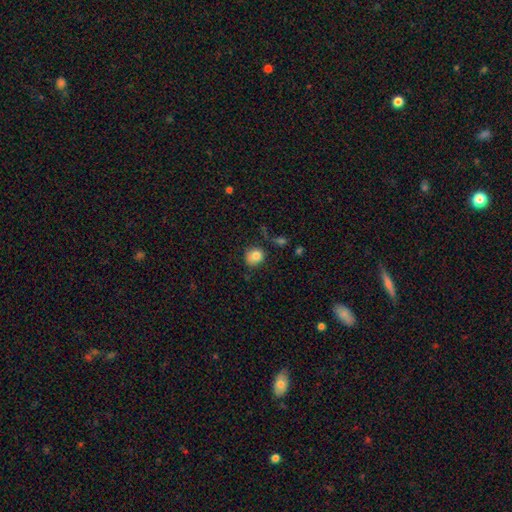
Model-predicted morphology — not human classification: A smooth galaxy with no disk features (82%) that is round (80%).

Vote fractions:
- Smooth or featured? smooth: 82% / star or artifact: 10% / featured or disk: 8%
- How rounded? round: 80% / in between: 19% / cigar-shaped: 1%
- Merging? none: 66% / minor disturbance: 22% / major disturbance: 7% / merger: 4%